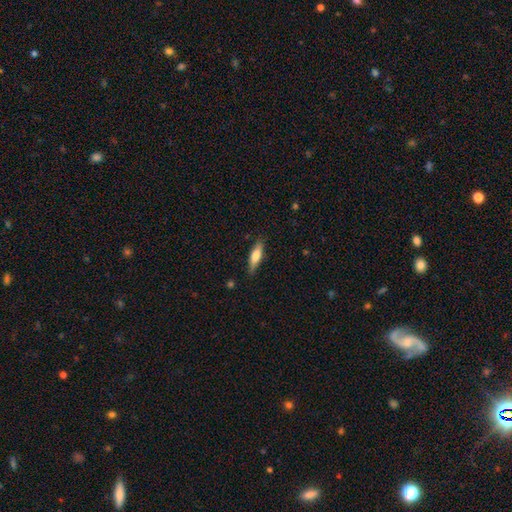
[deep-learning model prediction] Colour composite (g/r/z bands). It shows a smooth galaxy with no disk features (66%) that is cigar-shaped (61%). Merging: none (83%).